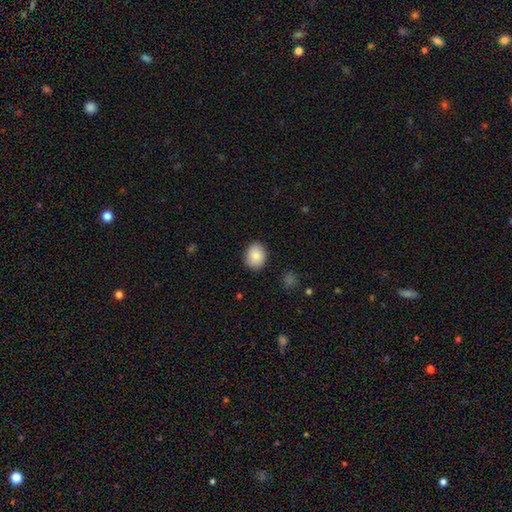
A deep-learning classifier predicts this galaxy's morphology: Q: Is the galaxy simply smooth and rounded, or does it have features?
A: smooth — 84%.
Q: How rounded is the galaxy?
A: in between — 53%.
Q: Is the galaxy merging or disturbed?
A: none — 87%.